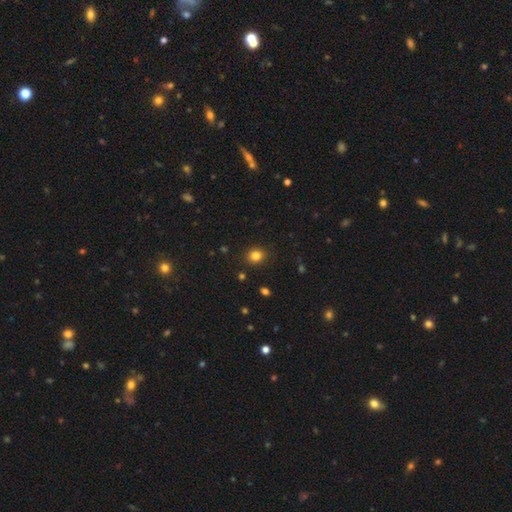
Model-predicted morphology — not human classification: smooth-or-featured: smooth: 82% | star or artifact: 12% | featured or disk: 5%
  how-rounded: round: 75% | in between: 24% | cigar-shaped: 1%
  merging: none: 89% | minor disturbance: 7% | major disturbance: 2% | merger: 1%